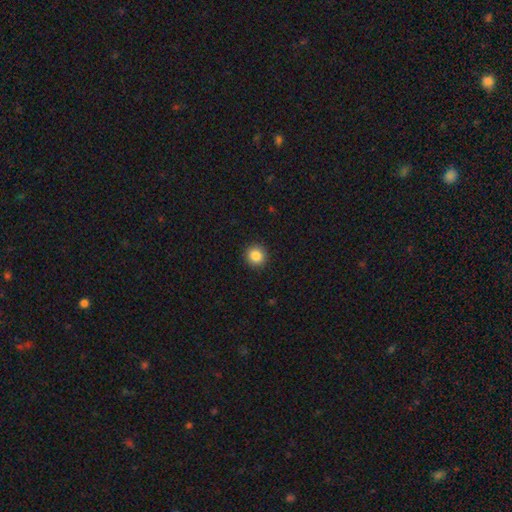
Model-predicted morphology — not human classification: This is clearly a smooth galaxy (86%). How rounded: clearly round (93%). Merging: clearly none (93%).